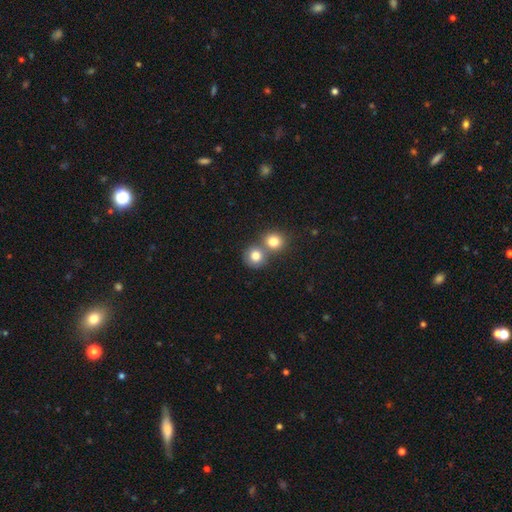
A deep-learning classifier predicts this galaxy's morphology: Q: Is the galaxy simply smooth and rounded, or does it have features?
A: smooth — 80%.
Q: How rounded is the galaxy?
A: round — 86%.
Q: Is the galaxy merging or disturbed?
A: none — 47%.